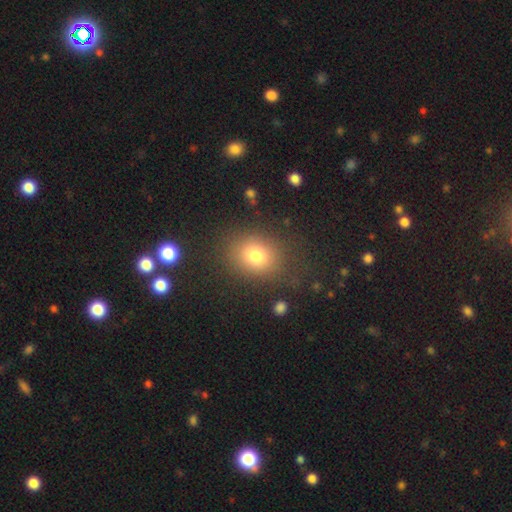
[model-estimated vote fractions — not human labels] smooth_or_featured: smooth (p=0.77) [alt: star or artifact p=0.13]
how_rounded: round (p=0.57) [alt: in between p=0.42]
merging: none (p=0.79) [alt: minor disturbance p=0.12]